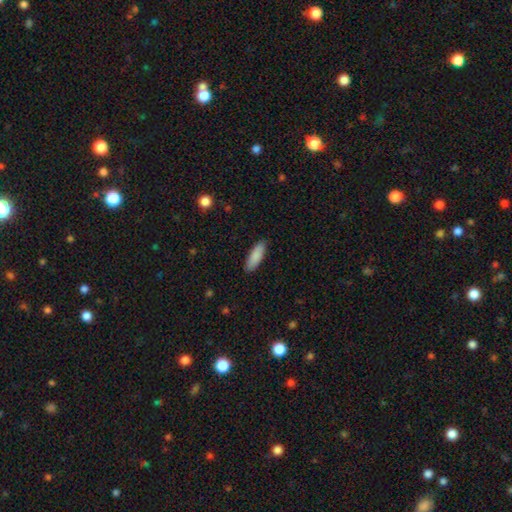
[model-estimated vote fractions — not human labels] Smooth or featured? smooth (88%)
How rounded? in between (55%)
Merging? none (89%)